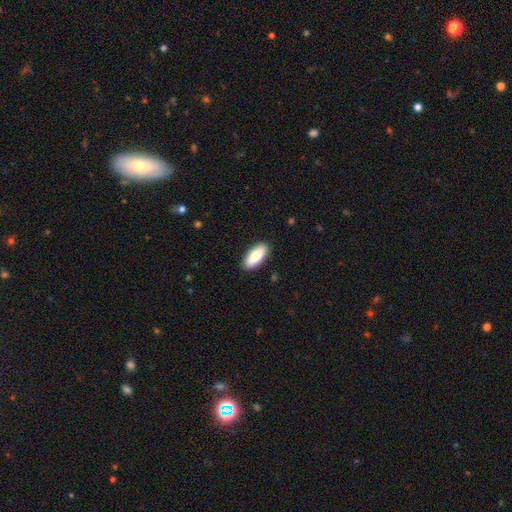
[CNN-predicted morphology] This is likely a smooth galaxy (73%). How rounded: clearly in between (83%). Merging: clearly none (89%).